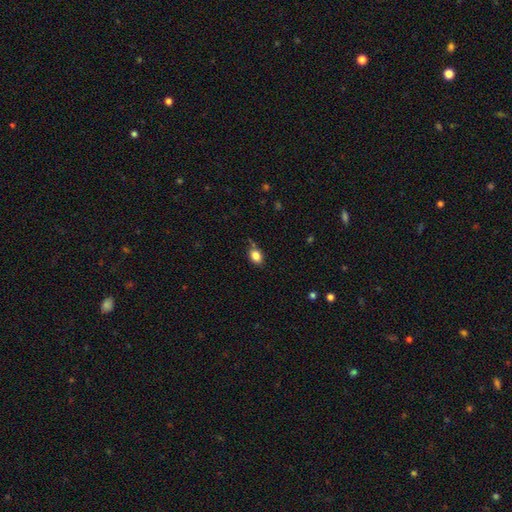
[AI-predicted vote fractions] This appears to be a smooth galaxy with no disk features (84%) that is in between round and cigar-shaped (71%). Merging: none (69%).